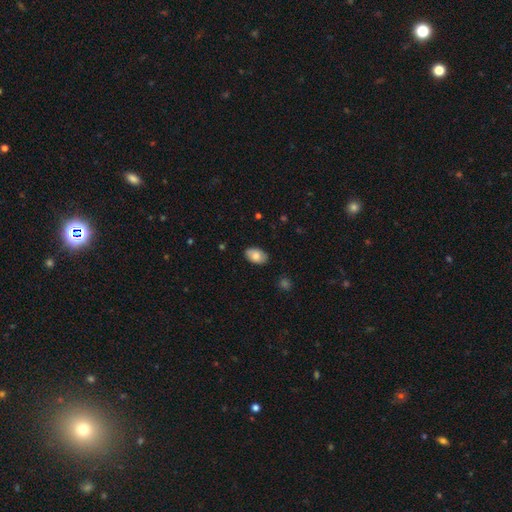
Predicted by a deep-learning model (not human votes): Smooth or featured: smooth — 81% (featured or disk — 13%)
How rounded: in between — 92% (round — 7%)
Merging: none — 86% (minor disturbance — 11%)